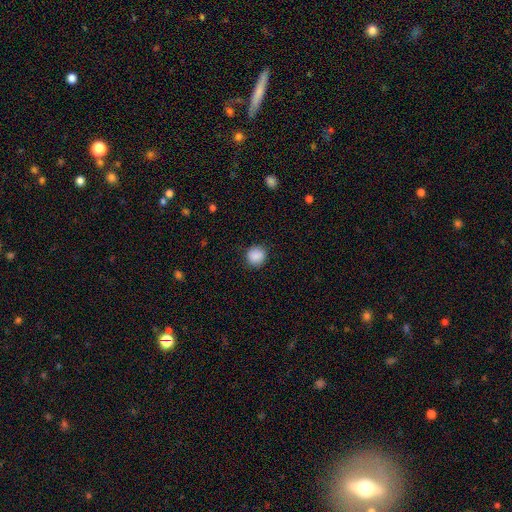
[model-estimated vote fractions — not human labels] A smooth galaxy with no disk features (89%) that is round (89%).

Vote fractions:
- Smooth or featured? smooth: 89% / star or artifact: 8% / featured or disk: 3%
- How rounded? round: 89% / in between: 10% / cigar-shaped: 1%
- Merging? none: 89% / minor disturbance: 8% / major disturbance: 3% / merger: 1%